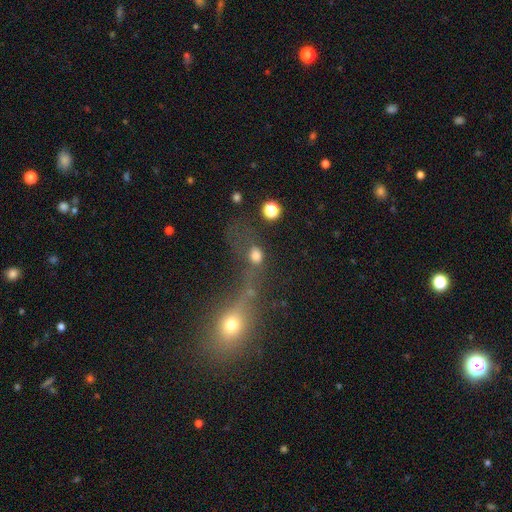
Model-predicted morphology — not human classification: This appears to be a smooth galaxy with no disk features (62%) that is round (54%). Merging: merger (38%).